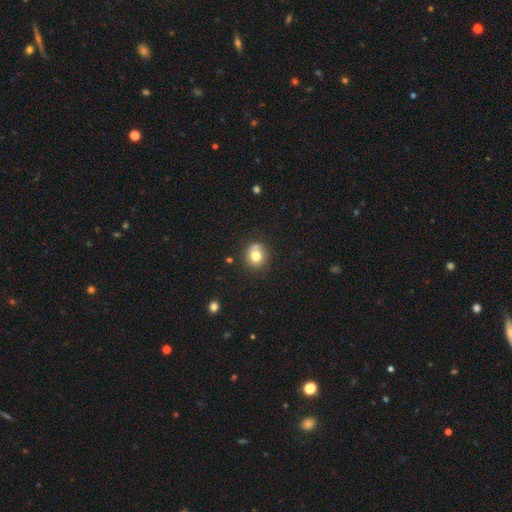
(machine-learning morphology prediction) A smooth galaxy with no disk features (76%) that is round (85%).

Vote fractions:
- Smooth or featured? smooth: 76% / star or artifact: 12% / featured or disk: 12%
- How rounded? round: 85% / in between: 14% / cigar-shaped: 1%
- Merging? none: 74% / minor disturbance: 15% / merger: 7% / major disturbance: 4%